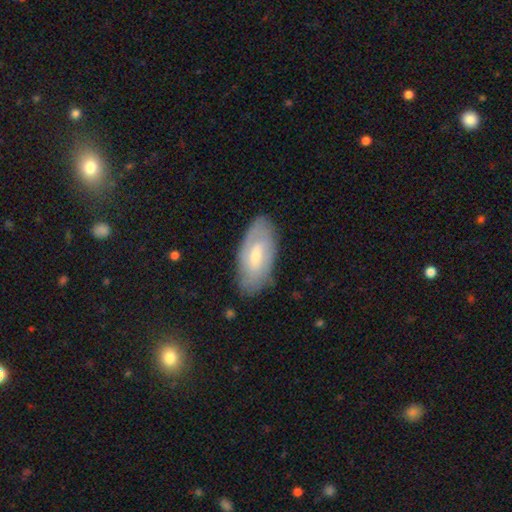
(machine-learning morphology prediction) This is possibly a featured or disk galaxy (52%). It is clearly not viewed edge-on (87%). Merging: clearly none (80%).